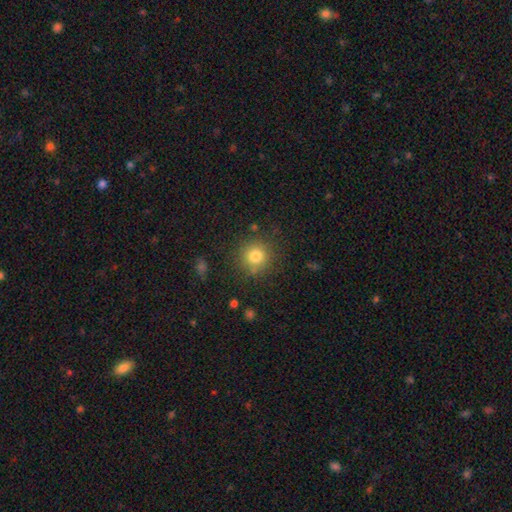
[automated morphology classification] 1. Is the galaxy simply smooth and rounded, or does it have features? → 79% smooth, 13% star or artifact, 8% featured or disk.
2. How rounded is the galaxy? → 92% round, 7% in between, 1% cigar-shaped.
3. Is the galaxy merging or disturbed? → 83% none, 11% minor disturbance, 4% major disturbance, 3% merger.